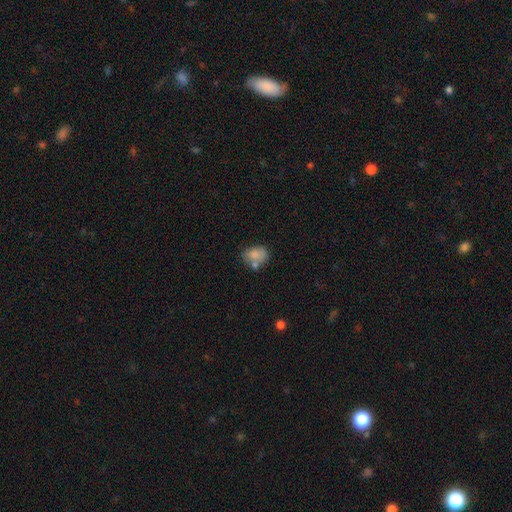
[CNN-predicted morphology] Q: Smooth or featured?
A: smooth (76%); runner-up: featured or disk (15%)
Q: How rounded?
A: in between (68%); runner-up: round (31%)
Q: Merging?
A: none (46%); runner-up: merger (25%)